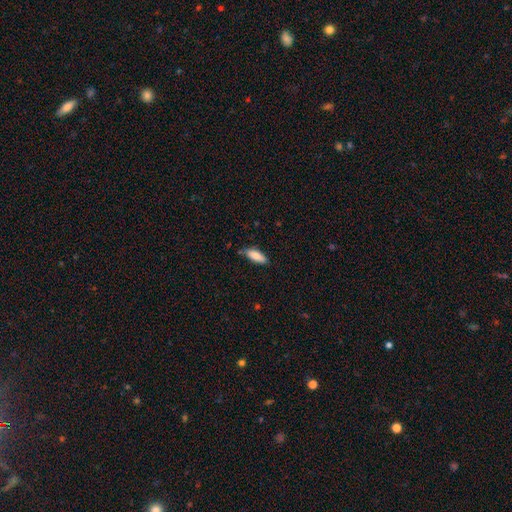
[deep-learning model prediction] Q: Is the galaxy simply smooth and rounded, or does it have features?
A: smooth — 85%.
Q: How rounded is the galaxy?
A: in between — 67%.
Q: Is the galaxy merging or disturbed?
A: none — 76%.